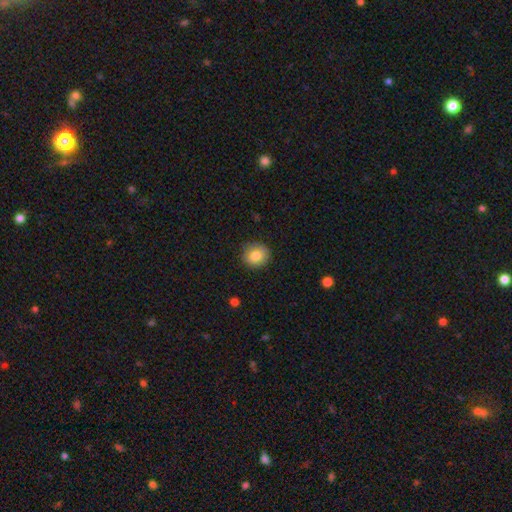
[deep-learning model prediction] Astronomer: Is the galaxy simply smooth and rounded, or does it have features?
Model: smooth — 83%.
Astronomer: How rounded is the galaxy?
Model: round — 88%.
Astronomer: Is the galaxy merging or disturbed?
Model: none — 88%.